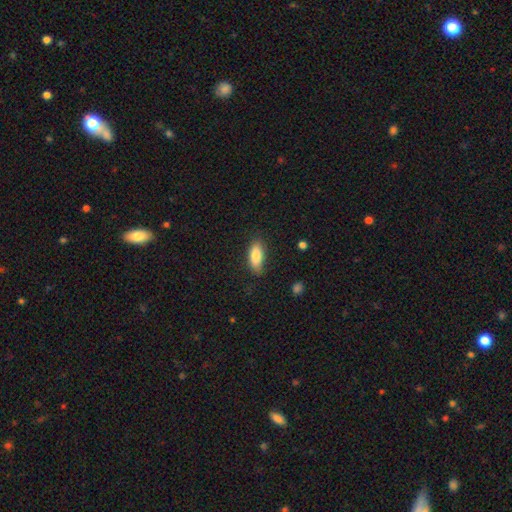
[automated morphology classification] Overall: smooth (85%). How rounded: in between (80%). Merging: none (77%).